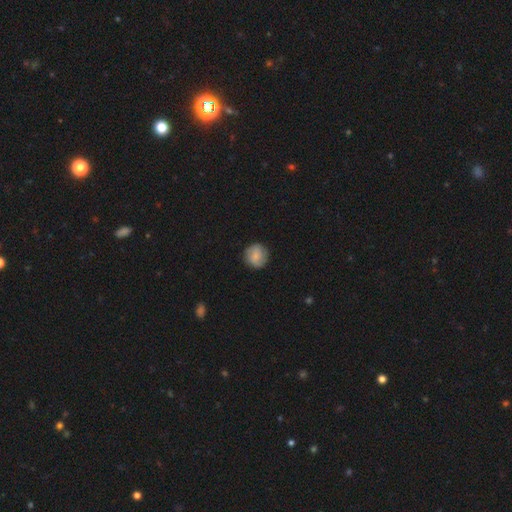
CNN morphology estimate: This is likely a smooth galaxy (72%). How rounded: clearly round (91%). Merging: clearly none (86%).